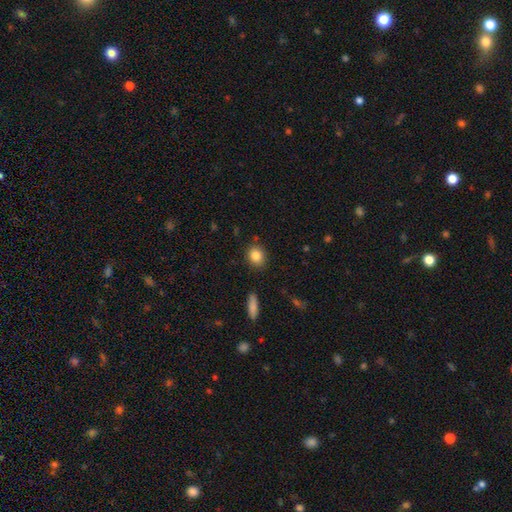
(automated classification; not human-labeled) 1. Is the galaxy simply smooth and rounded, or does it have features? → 85% smooth, 9% star or artifact, 7% featured or disk.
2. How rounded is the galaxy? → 69% round, 30% in between, 1% cigar-shaped.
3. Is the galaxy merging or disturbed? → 86% none, 10% minor disturbance, 3% merger, 2% major disturbance.